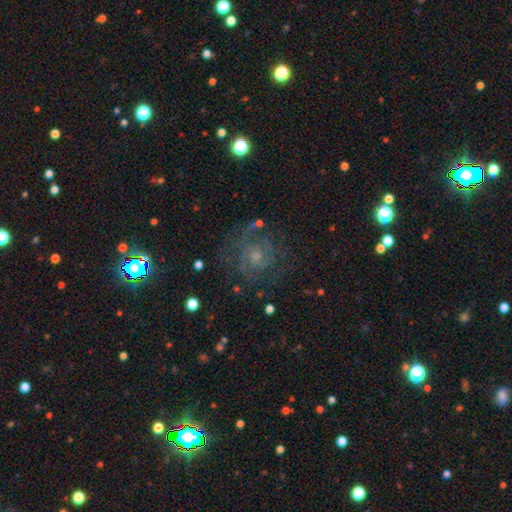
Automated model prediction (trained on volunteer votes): A featured or disk galaxy (66%) with no bar (73%), tight (56%) spiral arms (83%) and a small central bulge (45%).

Vote fractions:
- Smooth or featured? featured or disk: 66% / smooth: 17% / star or artifact: 17%
- Edge-on disk? no: 97% / yes: 3%
- Bar? no: 73% / weak: 23% / strong: 4%
- Spiral arms? yes: 83% / no: 17%
- Spiral winding? tight: 56% / medium: 34% / loose: 10%
- Spiral arm count? can't tell: 42% / 2: 28% / 3: 13% / 4: 6% / 1: 6% / more than 4: 5%
- Bulge size? small: 45% / moderate: 40% / none: 8% / large: 5% / dominant: 2%
- Merging? none: 70% / minor disturbance: 16% / major disturbance: 12% / merger: 2%